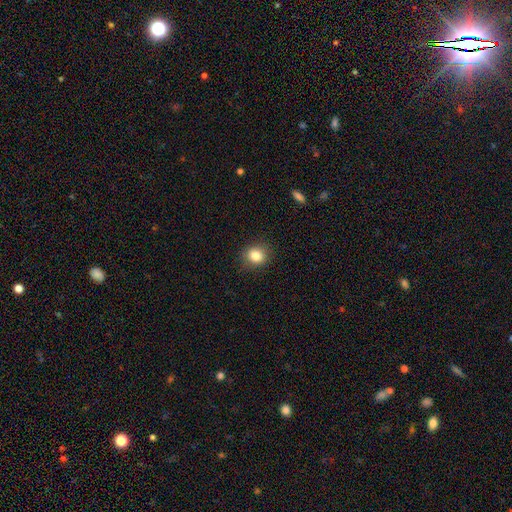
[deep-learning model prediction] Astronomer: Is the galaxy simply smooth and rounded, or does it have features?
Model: smooth — 84%.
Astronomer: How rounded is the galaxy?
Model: round — 72%.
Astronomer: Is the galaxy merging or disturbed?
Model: none — 88%.